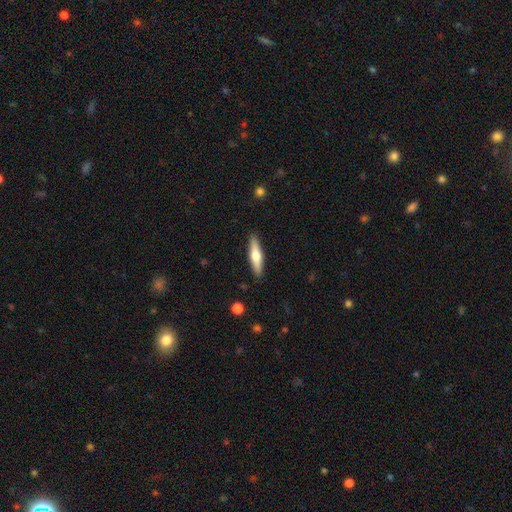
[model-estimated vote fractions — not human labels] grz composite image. It shows a smooth galaxy with no disk features (50%) that is cigar-shaped (74%). Merging: none (90%).